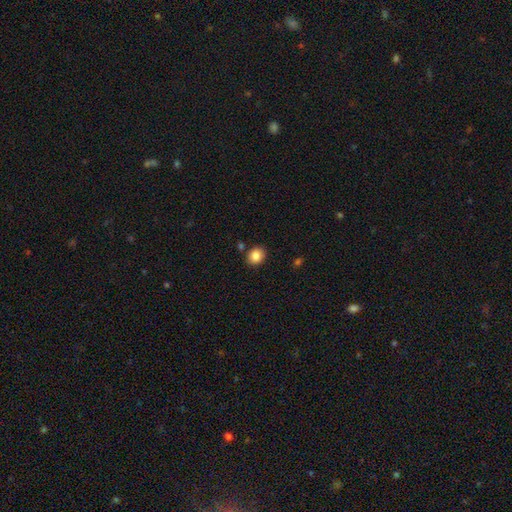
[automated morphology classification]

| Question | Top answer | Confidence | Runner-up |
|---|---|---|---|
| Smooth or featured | smooth | 86% | star or artifact (9%) |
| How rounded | round | 58% | in between (41%) |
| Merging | none | 85% | minor disturbance (9%) |